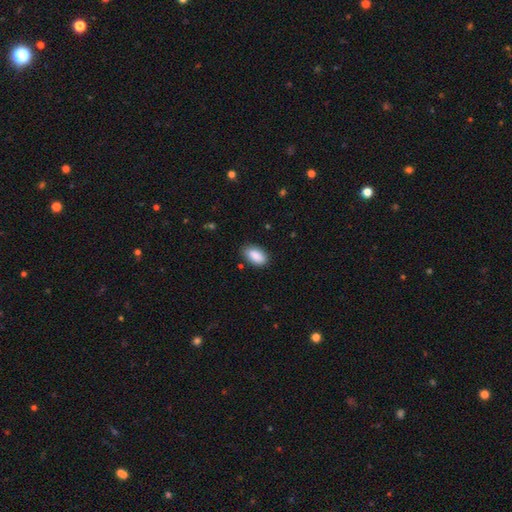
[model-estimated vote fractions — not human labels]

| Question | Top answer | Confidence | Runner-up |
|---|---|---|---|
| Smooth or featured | smooth | 89% | star or artifact (7%) |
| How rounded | in between | 94% | round (4%) |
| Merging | none | 81% | minor disturbance (15%) |